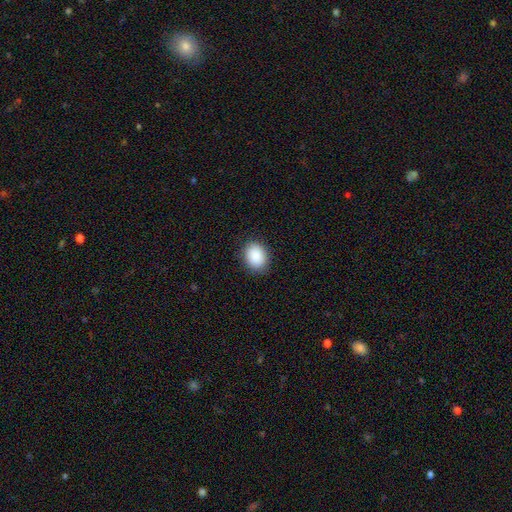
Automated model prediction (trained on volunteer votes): smooth_or_featured: smooth (p=0.89) [alt: star or artifact p=0.07]
how_rounded: in between (p=0.55) [alt: round p=0.44]
merging: none (p=0.88) [alt: minor disturbance p=0.09]